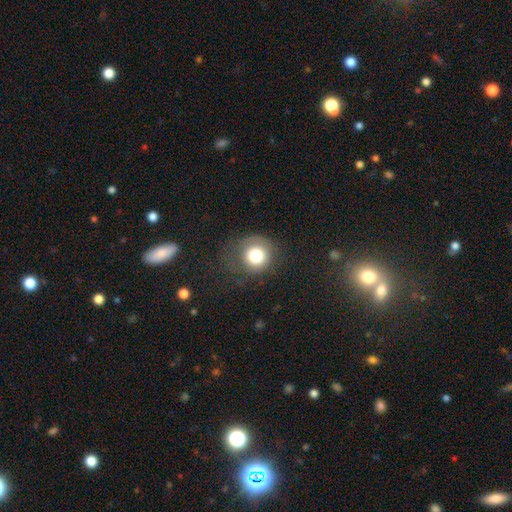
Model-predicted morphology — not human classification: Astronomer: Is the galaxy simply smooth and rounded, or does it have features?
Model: smooth — 78%.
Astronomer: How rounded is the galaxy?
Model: round — 88%.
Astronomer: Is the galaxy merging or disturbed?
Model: none — 67%.